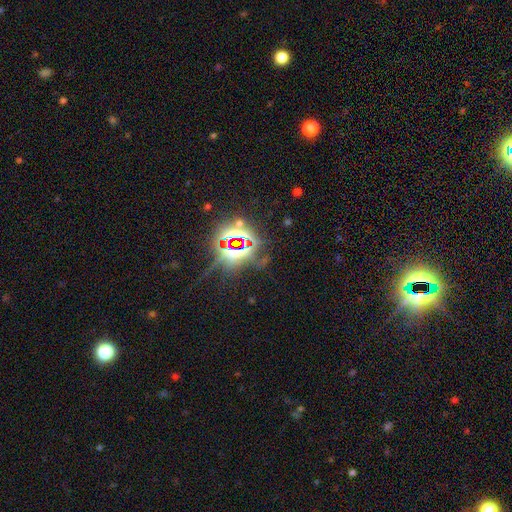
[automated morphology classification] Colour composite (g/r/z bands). It shows a star or artifact, not a galaxy (83%).